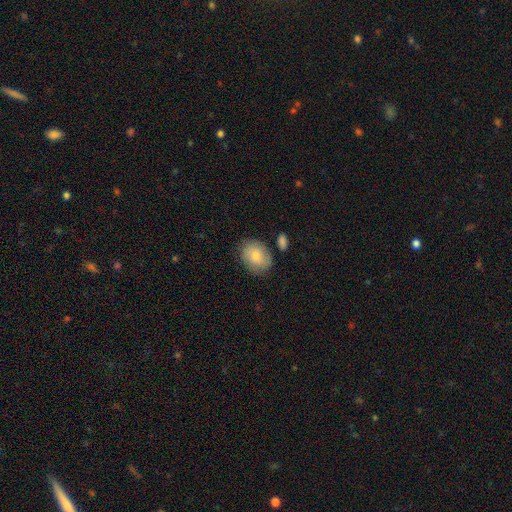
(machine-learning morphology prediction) Smooth or featured: smooth — 79% (featured or disk — 15%)
How rounded: in between — 57% (round — 42%)
Merging: none — 74% (minor disturbance — 17%)